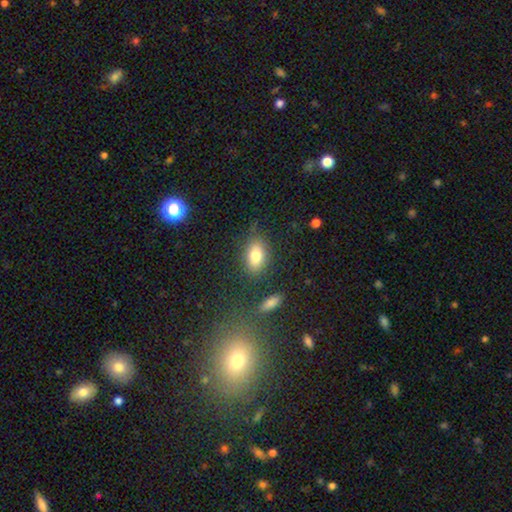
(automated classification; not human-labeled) Q: Smooth or featured?
A: smooth (79%); runner-up: featured or disk (11%)
Q: How rounded?
A: in between (84%); runner-up: round (13%)
Q: Merging?
A: none (78%); runner-up: minor disturbance (14%)